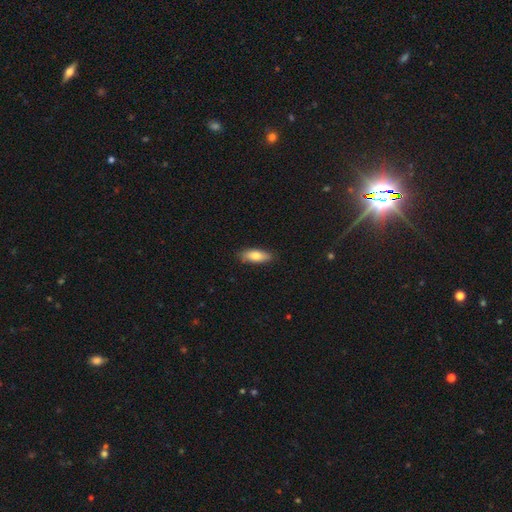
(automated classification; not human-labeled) The model was most divided on "how rounded": in between: 71%, cigar-shaped: 26%, round: 2%. More confident: merging — none (85%); smooth or featured — smooth (79%).